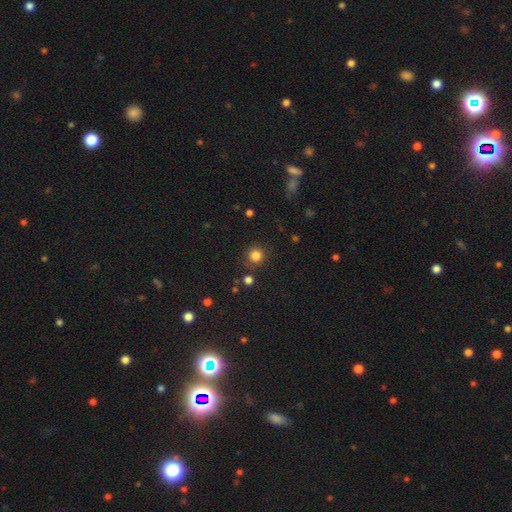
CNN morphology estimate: Smooth or featured?
  - smooth: 83% *
  - star or artifact: 13%
  - featured or disk: 4%
How rounded?
  - round: 93% *
  - in between: 6%
  - cigar-shaped: 1%
Merging?
  - none: 86% *
  - minor disturbance: 8%
  - merger: 3%
  - major disturbance: 3%